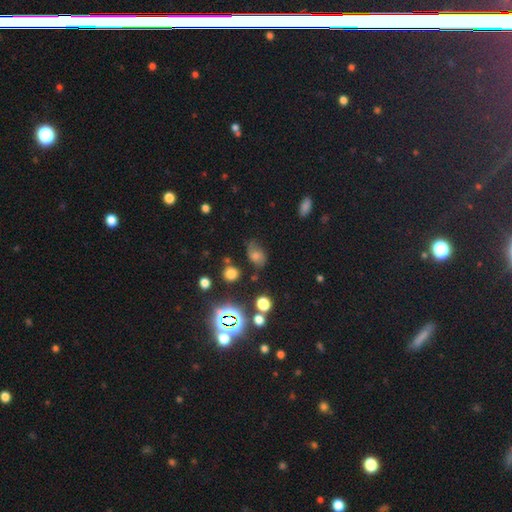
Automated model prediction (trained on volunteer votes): smooth 51%, star or artifact 29%, featured or disk 20%. Down the decision tree: how rounded — in between (73%); merging — none (60%).